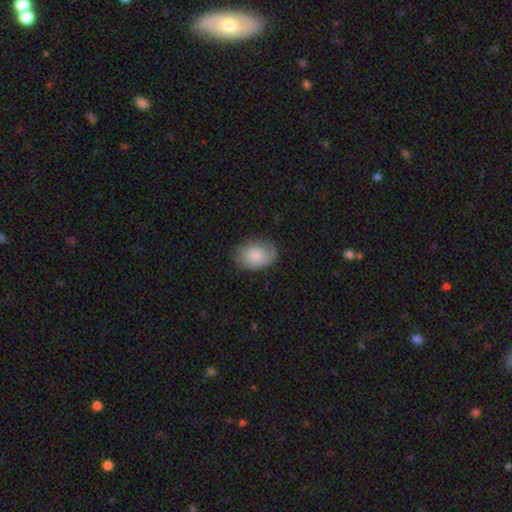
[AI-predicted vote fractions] smooth 77%, featured or disk 16%, star or artifact 6%. Down the decision tree: how rounded — in between (82%); merging — none (73%).